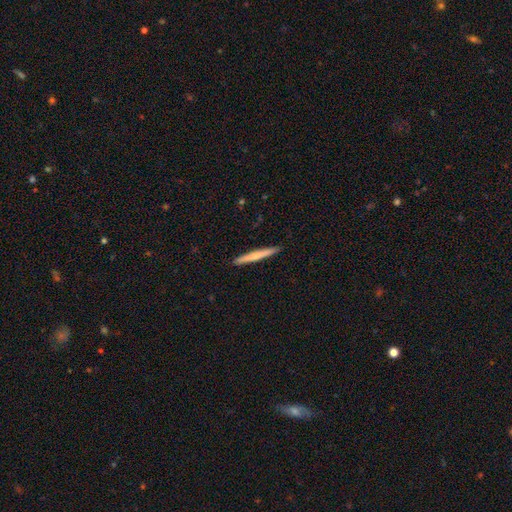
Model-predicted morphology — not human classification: This appears to be a smooth galaxy with no disk features (60%) that is cigar-shaped (97%). Merging: none (92%).